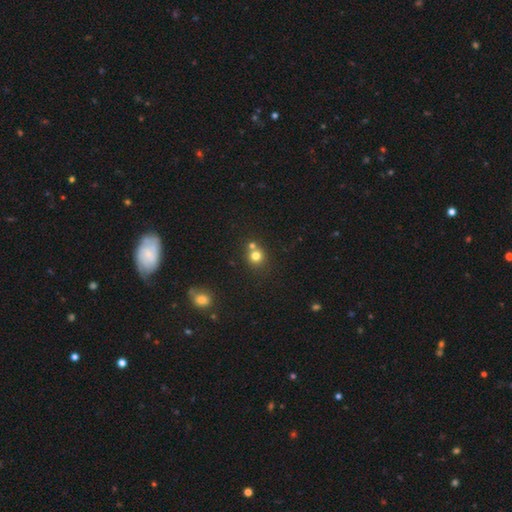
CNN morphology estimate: This appears to be a smooth galaxy with no disk features (76%) that is round (86%). Merging: none (57%).